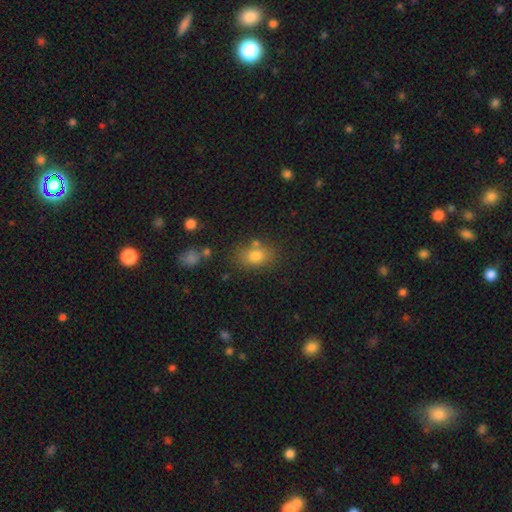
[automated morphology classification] type=smooth (78%); roundness=in between (69%); merging=none (71%).